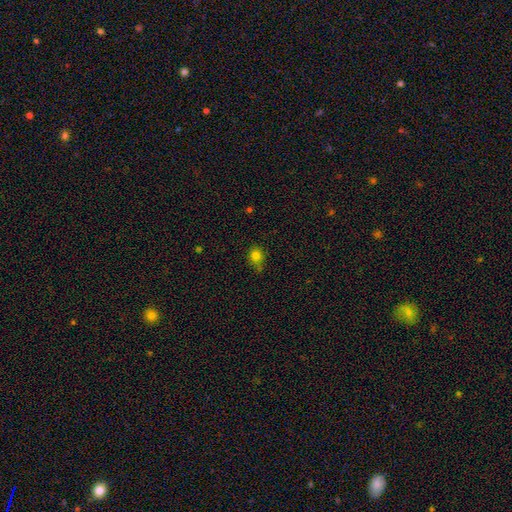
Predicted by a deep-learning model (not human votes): Smooth or featured: smooth — 79% (star or artifact — 14%)
How rounded: round — 73% (in between — 26%)
Merging: none — 61% (minor disturbance — 26%)